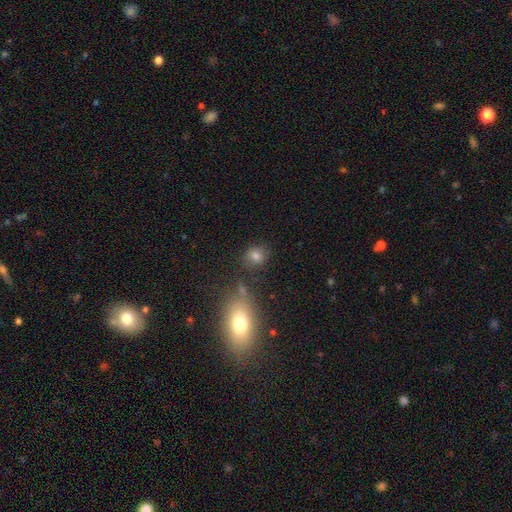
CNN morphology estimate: Smooth or featured? smooth (76%)
How rounded? round (69%)
Merging? none (73%)